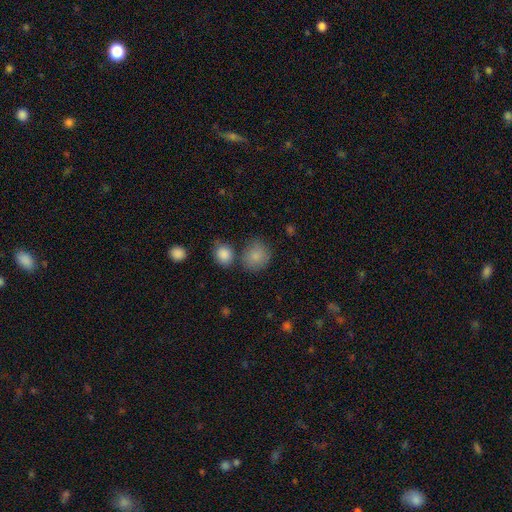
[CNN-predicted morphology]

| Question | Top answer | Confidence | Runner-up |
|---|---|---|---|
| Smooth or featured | smooth | 84% | star or artifact (9%) |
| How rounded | round | 77% | in between (22%) |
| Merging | none | 62% | merger (17%) |